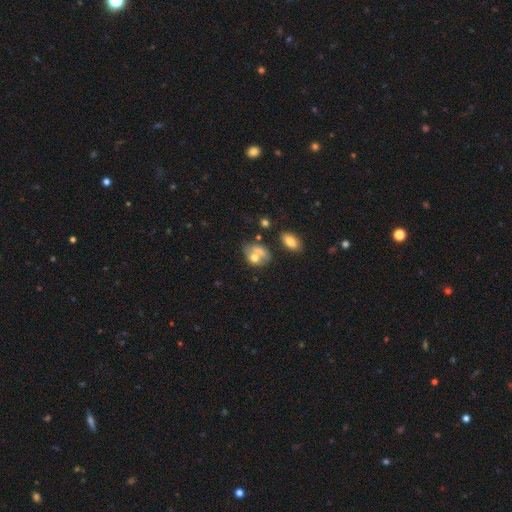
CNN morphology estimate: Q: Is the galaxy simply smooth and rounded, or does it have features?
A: smooth — 64%.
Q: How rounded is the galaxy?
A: in between — 58%.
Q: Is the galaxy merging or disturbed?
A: merger — 48%.